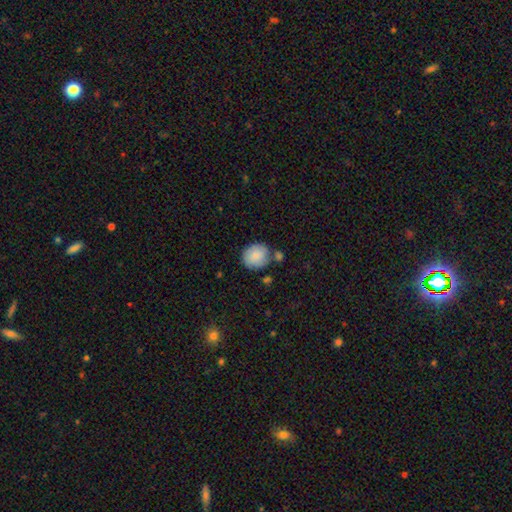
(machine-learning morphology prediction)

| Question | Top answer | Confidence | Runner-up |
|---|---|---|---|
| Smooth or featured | smooth | 85% | featured or disk (8%) |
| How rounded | round | 77% | in between (22%) |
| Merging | none | 64% | minor disturbance (18%) |